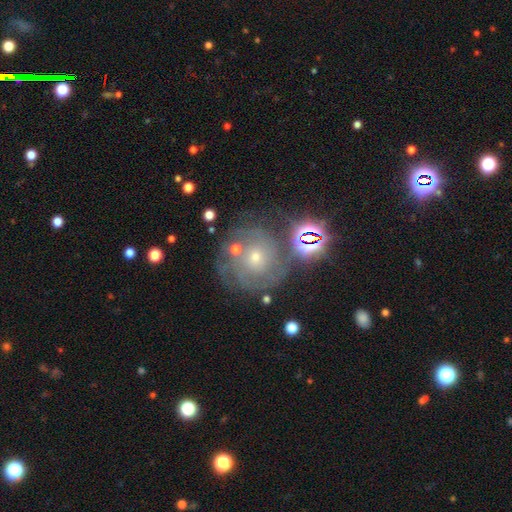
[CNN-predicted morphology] This appears to be a featured or disk galaxy (65%) with no bar (79%), tight (72%) spiral arms (88%) and a small central bulge (65%). Merging: none (70%).